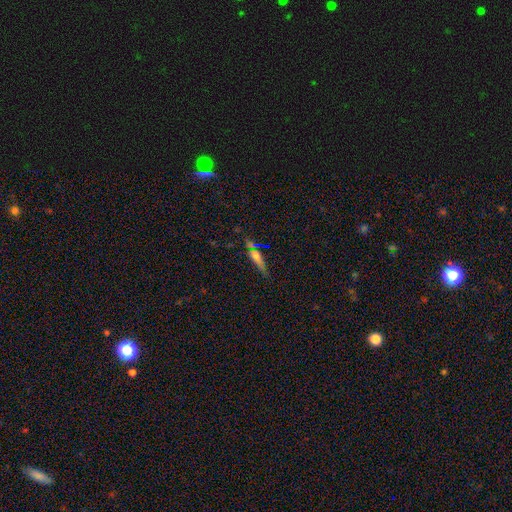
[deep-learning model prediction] Overall: smooth (47%; featured or disk 30%). Merging: none (77%).